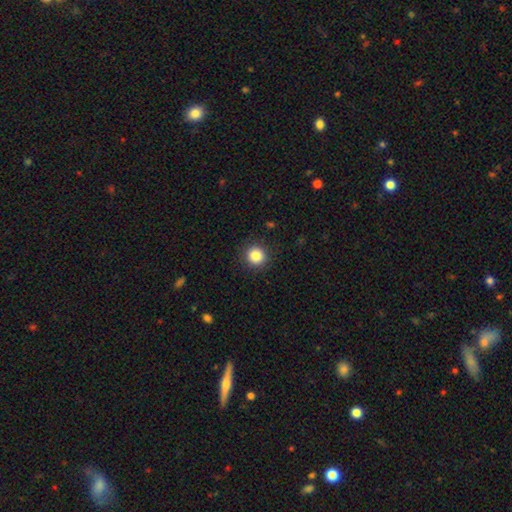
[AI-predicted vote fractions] Smooth or featured? smooth (86%)
How rounded? round (94%)
Merging? none (91%)